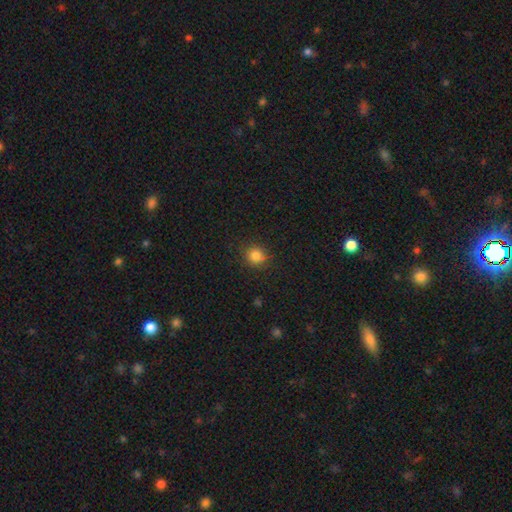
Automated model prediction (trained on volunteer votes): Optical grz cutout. It shows a smooth galaxy with no disk features (83%) that is round (89%). Merging: none (88%).